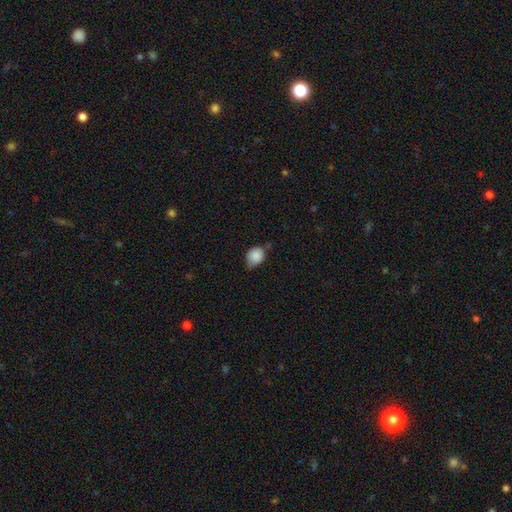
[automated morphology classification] This appears to be a smooth galaxy with no disk features (84%) that is round (52%). Merging: none (45%).